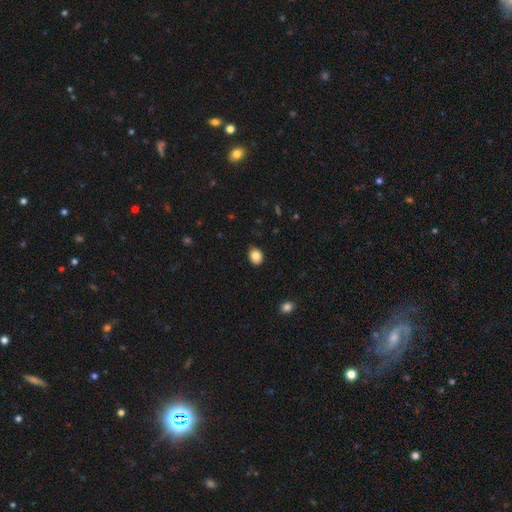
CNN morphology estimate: This appears to be a smooth galaxy with no disk features (84%) that is in between round and cigar-shaped (52%). Merging: none (86%).